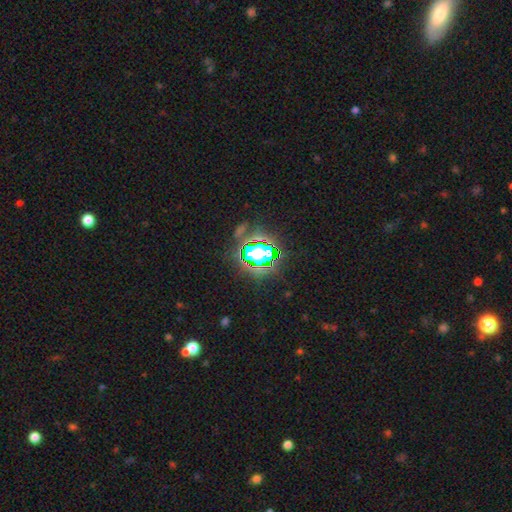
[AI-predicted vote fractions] This appears to be a star or artifact, not a galaxy (75%).